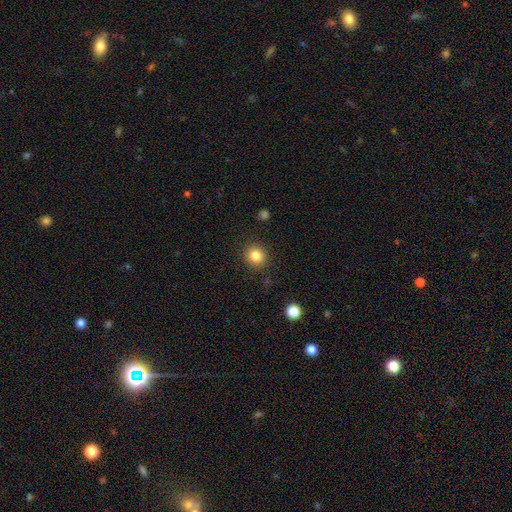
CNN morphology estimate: Smooth or featured? Predicted: smooth (p=0.83). How rounded? Predicted: round (p=0.86). Merging? Predicted: none (p=0.89).